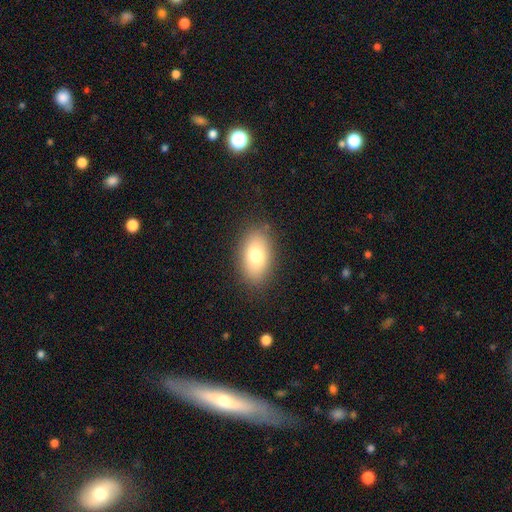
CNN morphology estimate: The model was most divided on "smooth or featured": smooth: 77%, featured or disk: 15%, star or artifact: 8%. More confident: how rounded — in between (91%); merging — none (85%).